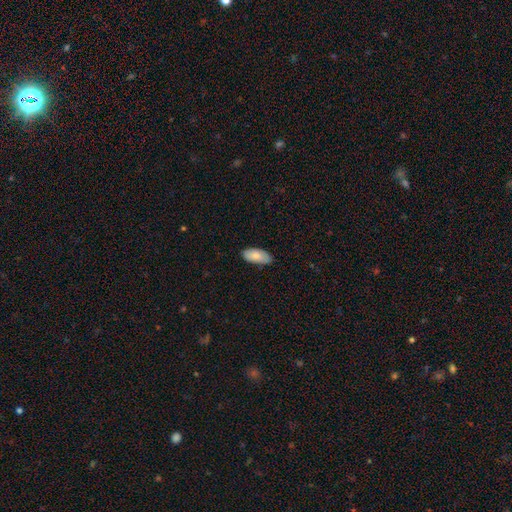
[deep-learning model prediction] Overall: smooth (81%). How rounded: in between (92%). Merging: none (81%).